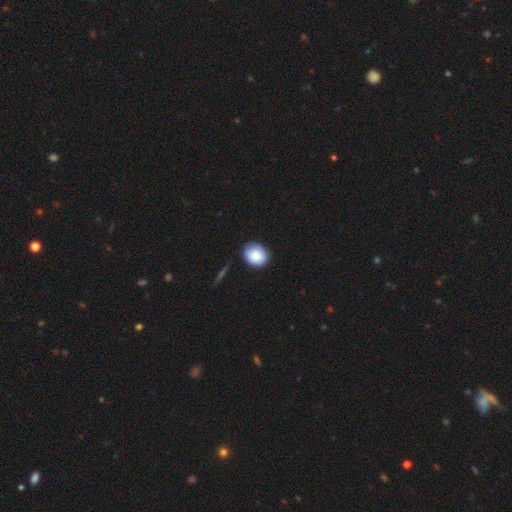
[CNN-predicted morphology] This is clearly a smooth galaxy (86%). How rounded: possibly round (55%). Merging: likely none (76%).